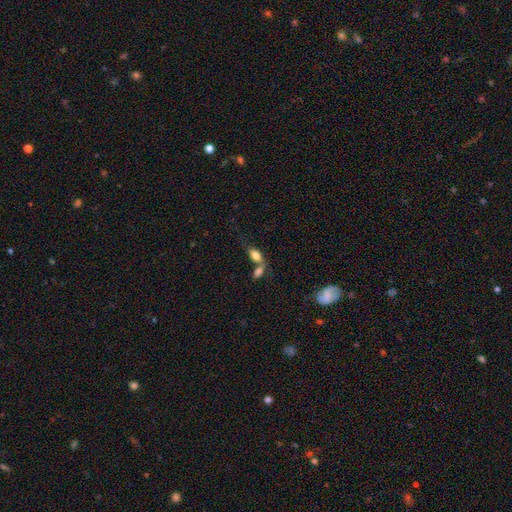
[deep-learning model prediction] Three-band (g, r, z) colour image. It shows a smooth galaxy with no disk features (79%) that is in between round and cigar-shaped (87%). Merging: merger (46%).